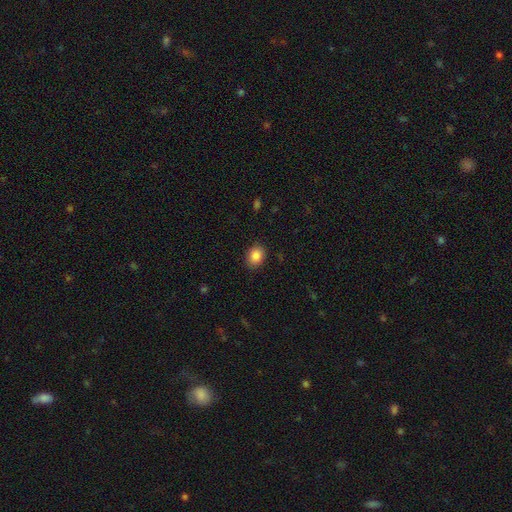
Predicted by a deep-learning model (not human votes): Smooth or featured? smooth (87%)
How rounded? in between (60%)
Merging? none (87%)